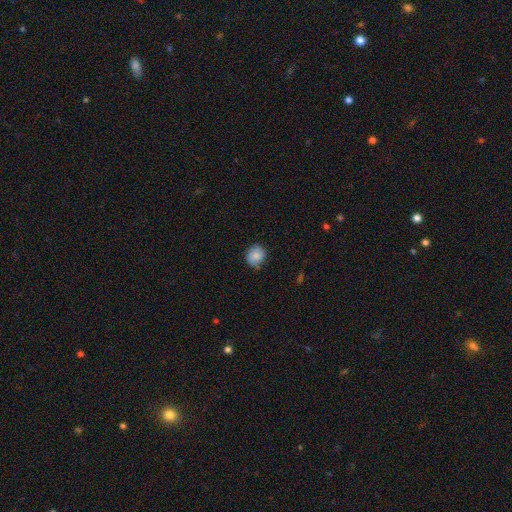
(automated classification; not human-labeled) This is likely a smooth galaxy (75%). How rounded: likely round (78%). Merging: likely none (67%).